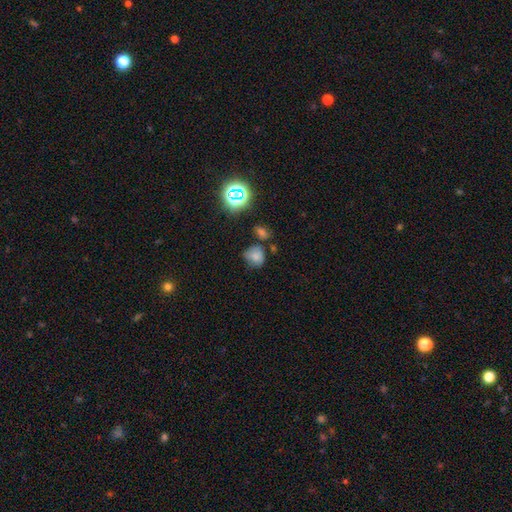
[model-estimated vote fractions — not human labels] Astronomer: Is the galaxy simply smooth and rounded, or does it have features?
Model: smooth — 70%.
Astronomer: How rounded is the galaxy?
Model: round — 69%.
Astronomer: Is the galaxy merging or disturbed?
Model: none — 54%.